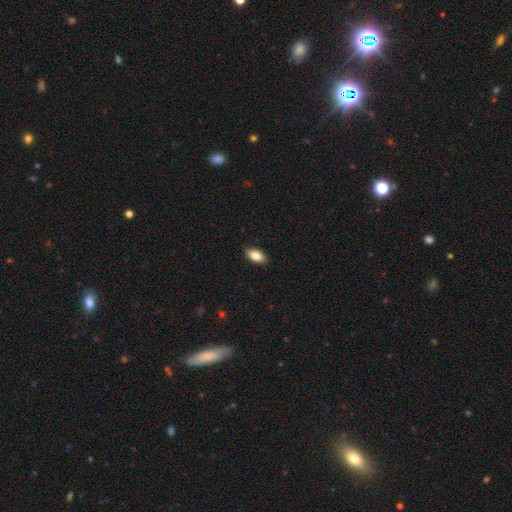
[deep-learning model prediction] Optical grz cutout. It shows a smooth galaxy with no disk features (84%) that is in between round and cigar-shaped (92%). Merging: none (89%).